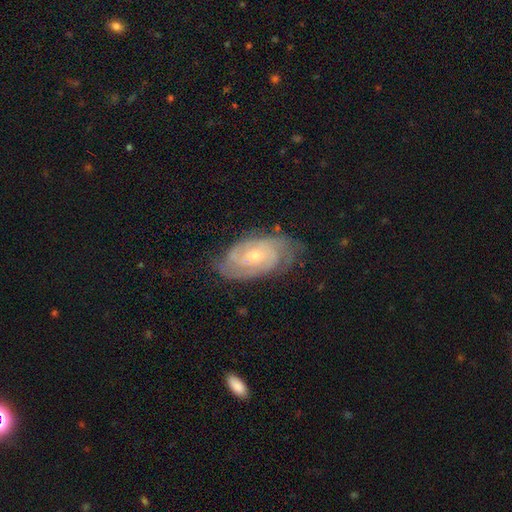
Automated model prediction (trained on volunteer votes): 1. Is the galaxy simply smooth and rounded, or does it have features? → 86% featured or disk, 9% smooth, 5% star or artifact.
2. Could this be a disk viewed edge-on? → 96% no, 4% yes.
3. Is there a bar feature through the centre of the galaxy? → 62% no, 31% weak, 6% strong.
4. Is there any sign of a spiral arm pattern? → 97% yes, 3% no.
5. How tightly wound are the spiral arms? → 70% tight, 26% medium, 4% loose.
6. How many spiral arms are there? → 38% 2, 22% 3, 22% can't tell, 10% 4, 4% more than 4, 4% 1.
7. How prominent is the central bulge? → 60% small, 36% moderate, 2% none, 1% large, 1% dominant.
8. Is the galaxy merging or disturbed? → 76% none, 18% minor disturbance, 5% major disturbance, 1% merger.